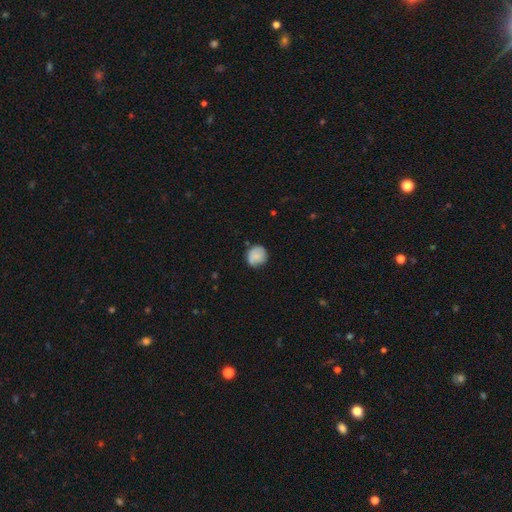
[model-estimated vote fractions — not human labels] A smooth galaxy with no disk features (76%) that is round (82%).

Vote fractions:
- Smooth or featured? smooth: 76% / featured or disk: 16% / star or artifact: 8%
- How rounded? round: 82% / in between: 17% / cigar-shaped: 1%
- Merging? none: 68% / minor disturbance: 24% / major disturbance: 5% / merger: 2%